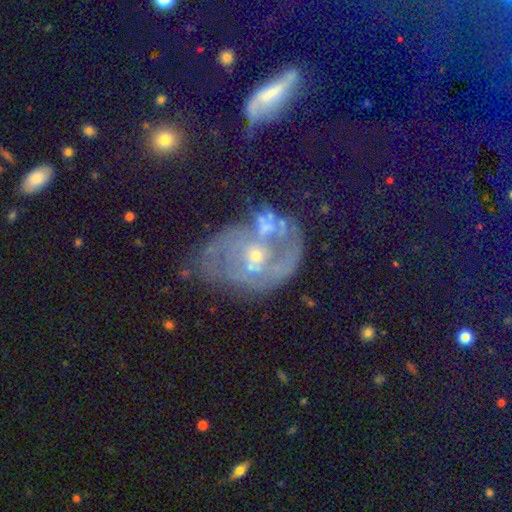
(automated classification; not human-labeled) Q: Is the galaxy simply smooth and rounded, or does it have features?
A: featured or disk — 56%.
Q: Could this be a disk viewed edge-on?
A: no — 96%.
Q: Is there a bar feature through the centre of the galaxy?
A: no — 62%.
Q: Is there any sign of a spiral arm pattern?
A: yes — 67%.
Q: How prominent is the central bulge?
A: small — 59%.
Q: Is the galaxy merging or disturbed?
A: none — 46%.